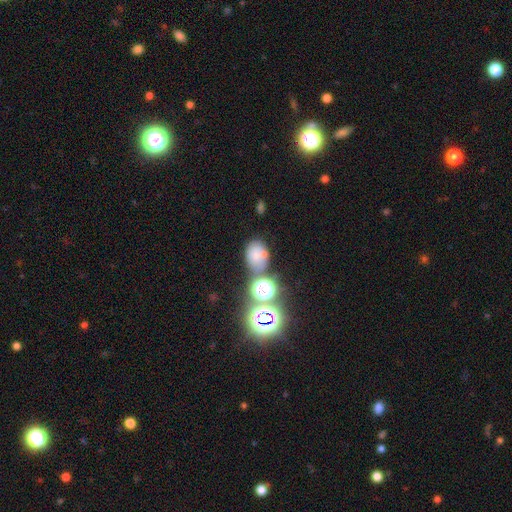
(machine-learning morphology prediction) Smooth or featured? smooth (61%)
How rounded? in between (64%)
Merging? none (49%)